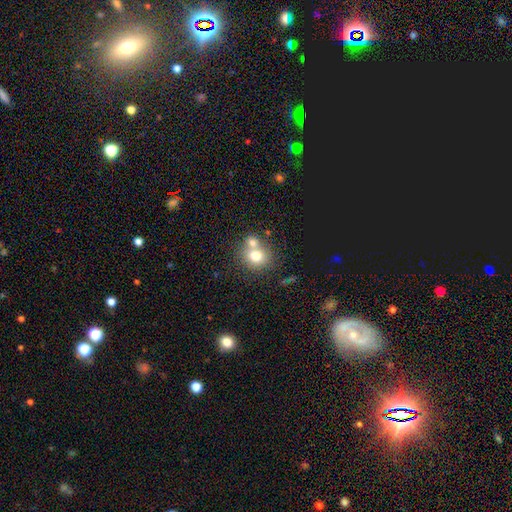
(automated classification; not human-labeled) Smooth or featured?
  - smooth: 74% *
  - featured or disk: 15%
  - star or artifact: 11%
How rounded?
  - round: 76% *
  - in between: 23%
  - cigar-shaped: 1%
Merging?
  - none: 45% *
  - merger: 44%
  - minor disturbance: 8%
  - major disturbance: 3%